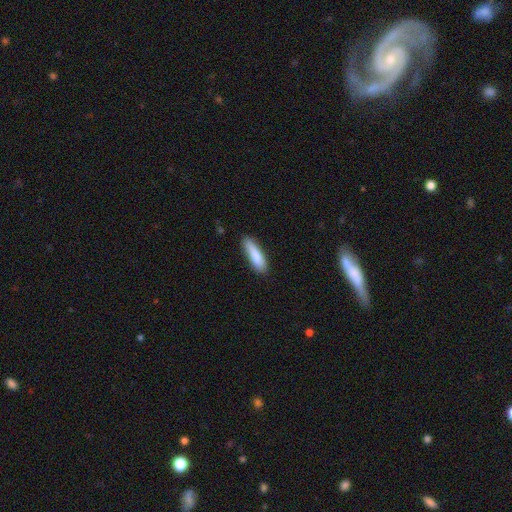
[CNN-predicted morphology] Smooth or featured?
  - smooth: 83% *
  - featured or disk: 11%
  - star or artifact: 6%
How rounded?
  - cigar-shaped: 65% *
  - in between: 33%
  - round: 2%
Merging?
  - none: 77% *
  - minor disturbance: 18%
  - major disturbance: 3%
  - merger: 2%